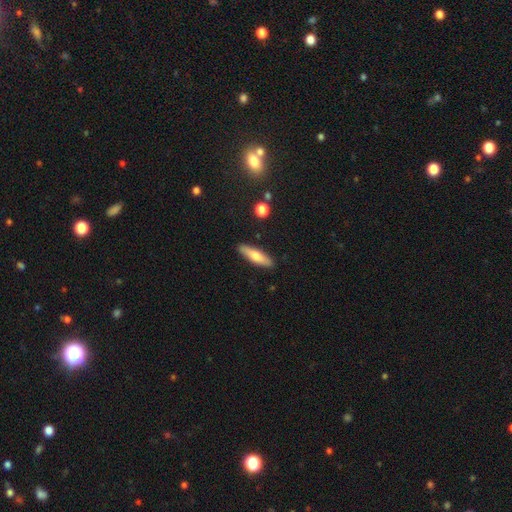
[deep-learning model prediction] This appears to be a smooth galaxy with no disk features (67%) that is cigar-shaped (68%). Merging: none (88%).